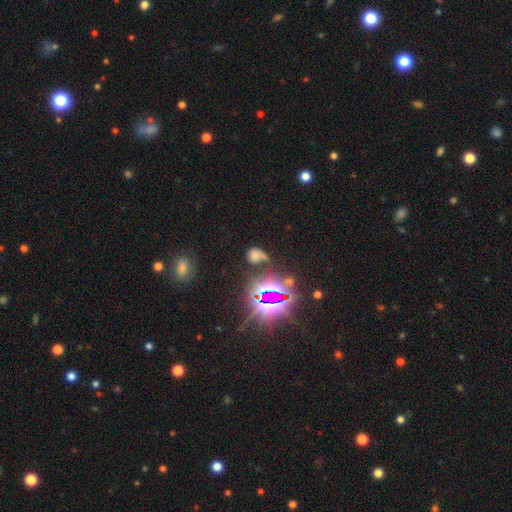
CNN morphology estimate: Smooth or featured: smooth — 44% (star or artifact — 40%)
Merging: none — 41% (merger — 20%)